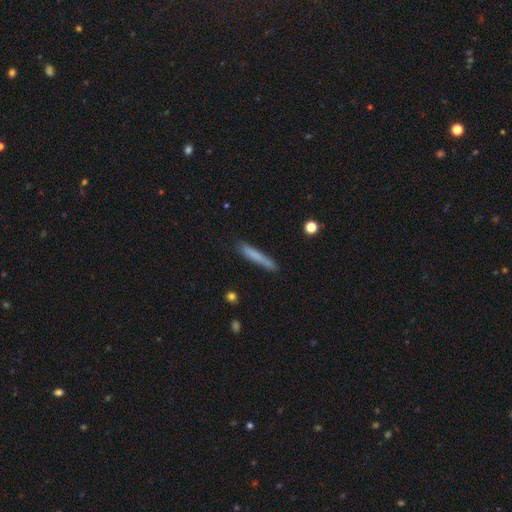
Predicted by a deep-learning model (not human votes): This is likely a smooth galaxy (75%). How rounded: clearly cigar-shaped (95%). Merging: clearly none (83%).